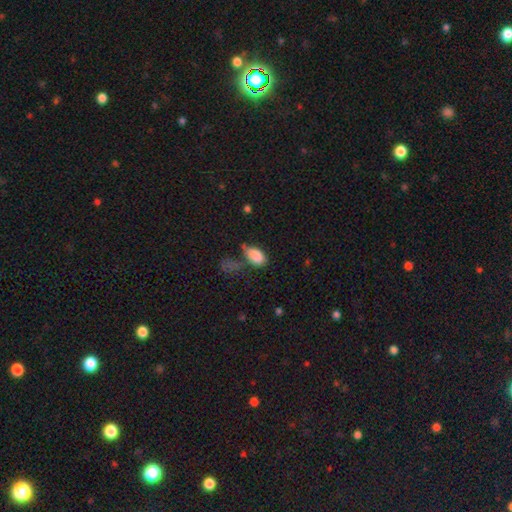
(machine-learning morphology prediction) This is clearly a smooth galaxy (85%). How rounded: clearly in between (92%). Merging: marginally none (41%).